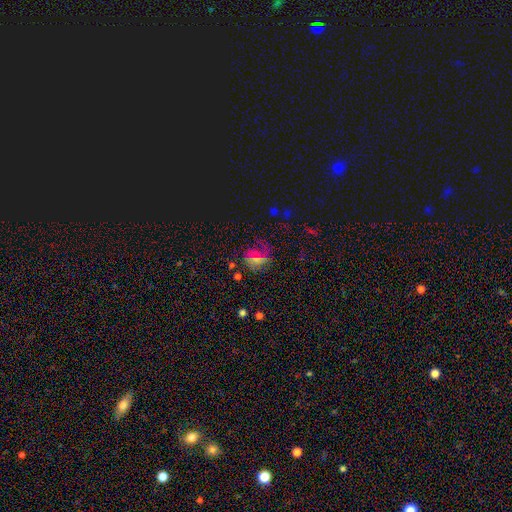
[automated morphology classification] featured or disk 42%, star or artifact 31%, smooth 27%. Down the decision tree: merging — none (61%).